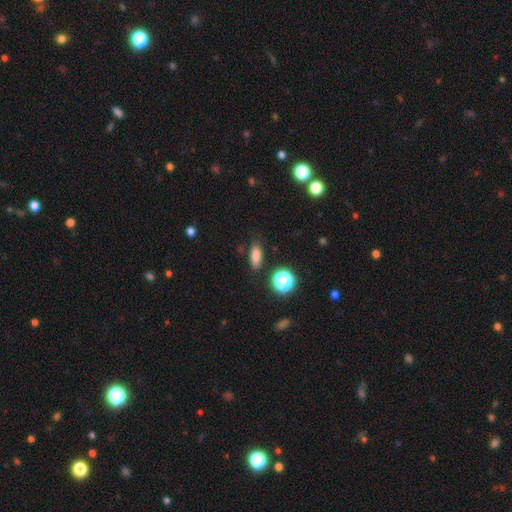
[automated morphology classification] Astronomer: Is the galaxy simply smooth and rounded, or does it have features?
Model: smooth — 80%.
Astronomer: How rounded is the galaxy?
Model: in between — 71%.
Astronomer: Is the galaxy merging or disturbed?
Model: none — 82%.